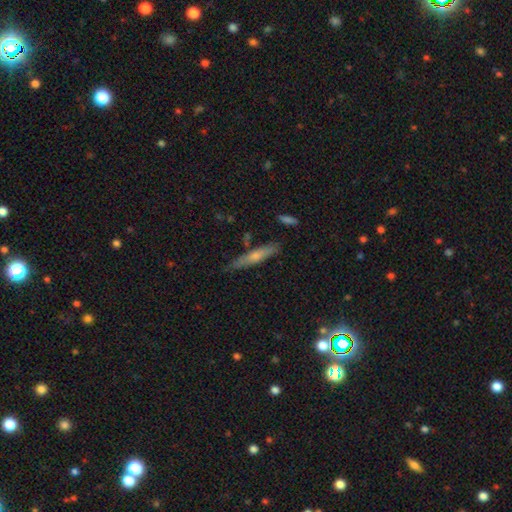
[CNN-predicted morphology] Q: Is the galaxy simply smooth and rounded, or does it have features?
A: smooth — 55%.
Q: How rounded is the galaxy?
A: cigar-shaped — 88%.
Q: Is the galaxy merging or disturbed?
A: none — 78%.